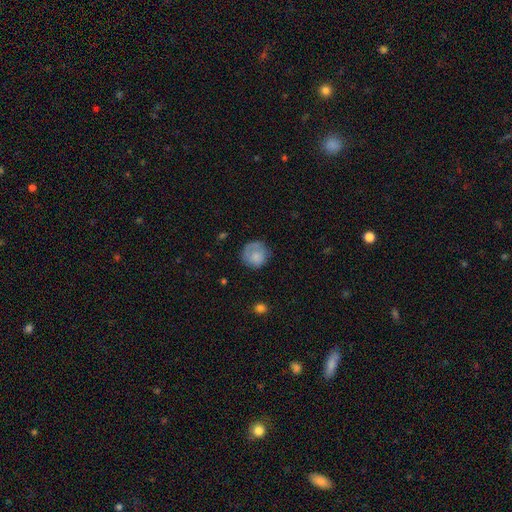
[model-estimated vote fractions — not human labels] Smooth or featured? Predicted: smooth (p=0.76). How rounded? Predicted: round (p=0.88). Merging? Predicted: none (p=0.63).